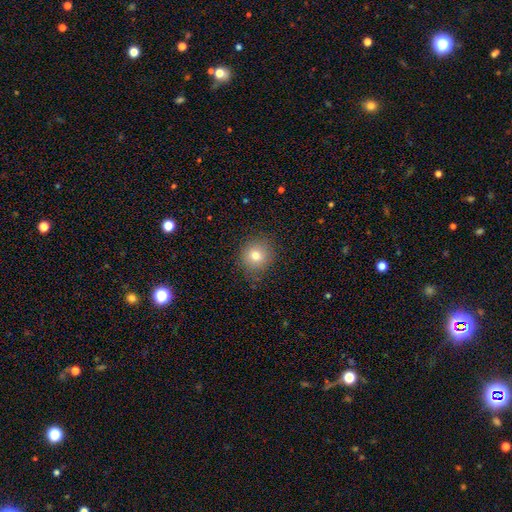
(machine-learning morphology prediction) smooth 77%, star or artifact 12%, featured or disk 11%. Down the decision tree: how rounded — round (88%); merging — none (84%).